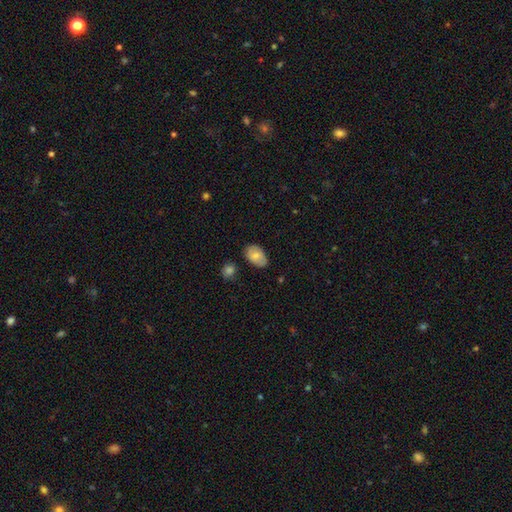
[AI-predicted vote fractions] This appears to be a smooth galaxy with no disk features (71%) that is in between round and cigar-shaped (90%). Merging: none (72%).